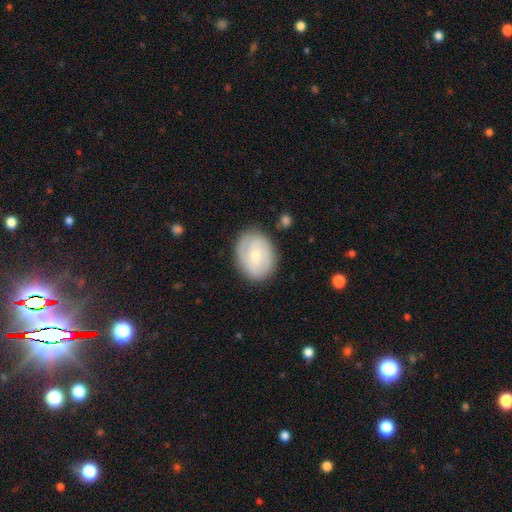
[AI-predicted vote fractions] Smooth or featured? featured or disk (58%)
Edge-on disk? no (97%)
Bar? no (49%)
Spiral arms? yes (80%)
Bulge size? small (59%)
Merging? none (81%)